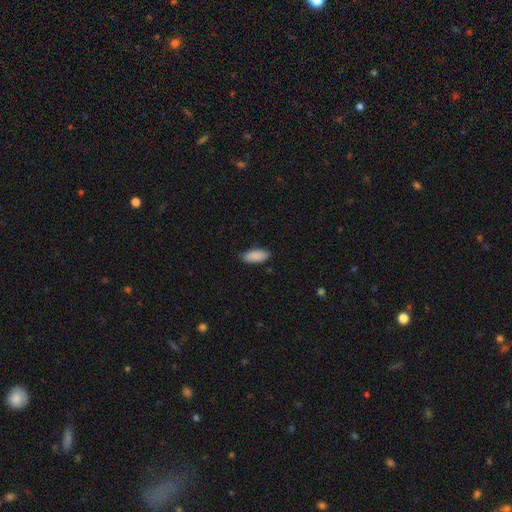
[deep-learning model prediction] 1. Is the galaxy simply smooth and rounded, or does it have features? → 90% smooth, 6% star or artifact, 4% featured or disk.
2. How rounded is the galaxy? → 84% in between, 15% cigar-shaped, 2% round.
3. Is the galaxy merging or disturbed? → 88% none, 9% minor disturbance, 2% major disturbance, 1% merger.